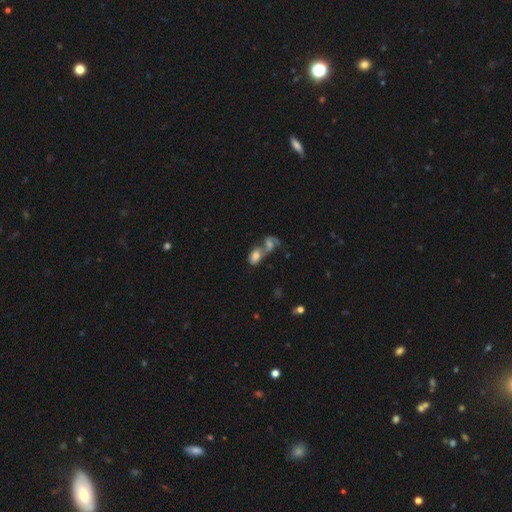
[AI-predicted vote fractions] Smooth or featured? smooth (61%)
How rounded? in between (85%)
Merging? merger (70%)